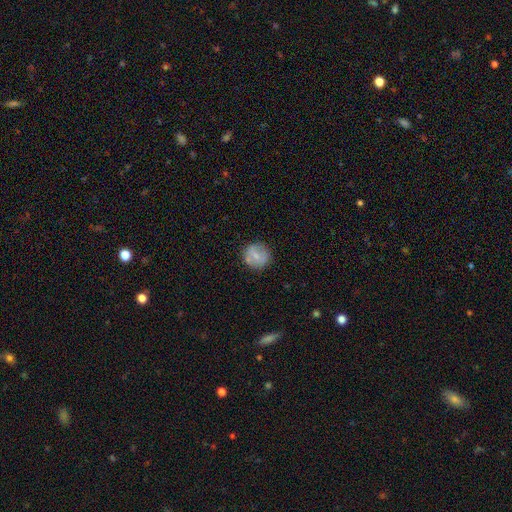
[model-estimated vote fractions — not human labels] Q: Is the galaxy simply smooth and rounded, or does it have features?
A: smooth — 60%.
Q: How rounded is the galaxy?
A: round — 89%.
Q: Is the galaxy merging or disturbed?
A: none — 78%.